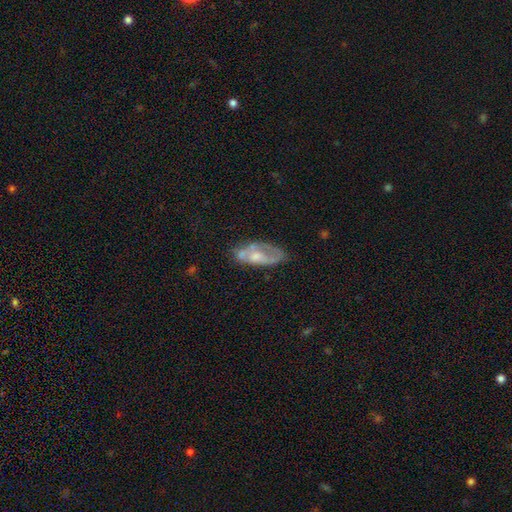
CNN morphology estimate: smooth_or_featured: featured or disk (p=0.55) [alt: smooth p=0.37]
disk_edge_on: no (p=0.89) [alt: yes p=0.11]
merging: none (p=0.45) [alt: minor disturbance p=0.27]